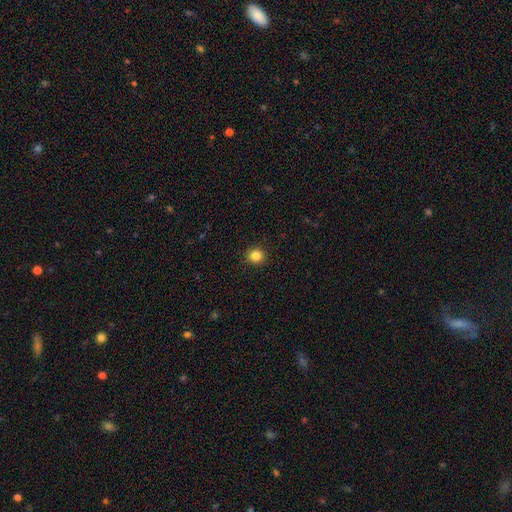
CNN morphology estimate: Smooth or featured? smooth (84%)
How rounded? round (93%)
Merging? none (93%)